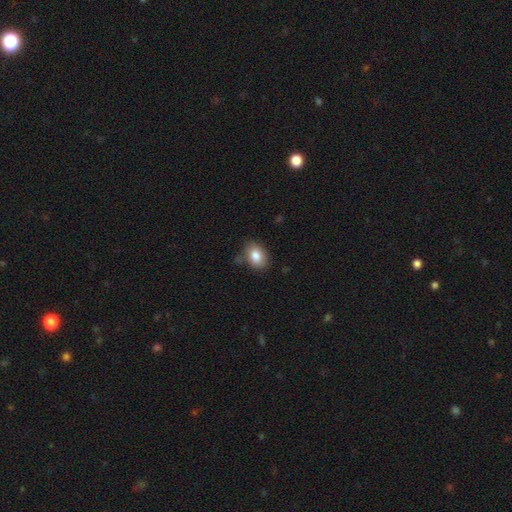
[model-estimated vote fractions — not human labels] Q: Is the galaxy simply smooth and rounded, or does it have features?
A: smooth — 83%.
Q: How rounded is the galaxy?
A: in between — 80%.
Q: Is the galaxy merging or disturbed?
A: none — 76%.